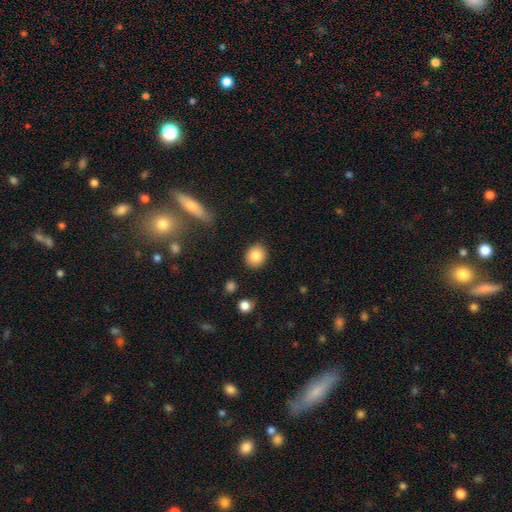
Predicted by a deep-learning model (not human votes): Smooth or featured?
  - smooth: 85% *
  - star or artifact: 9%
  - featured or disk: 7%
How rounded?
  - round: 72% *
  - in between: 27%
  - cigar-shaped: 1%
Merging?
  - none: 89% *
  - minor disturbance: 8%
  - major disturbance: 2%
  - merger: 2%